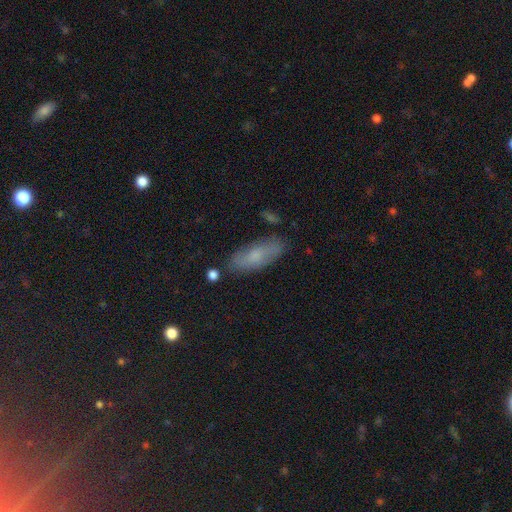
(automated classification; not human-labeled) A smooth galaxy with no disk features (67%) that is in between round and cigar-shaped (67%). Merging: none (79%).